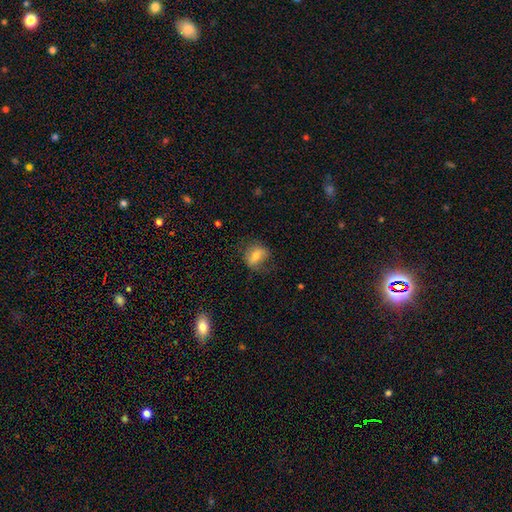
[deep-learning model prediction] Overall: smooth (65%). How rounded: in between (64%; round 32%). Merging: none (66%).